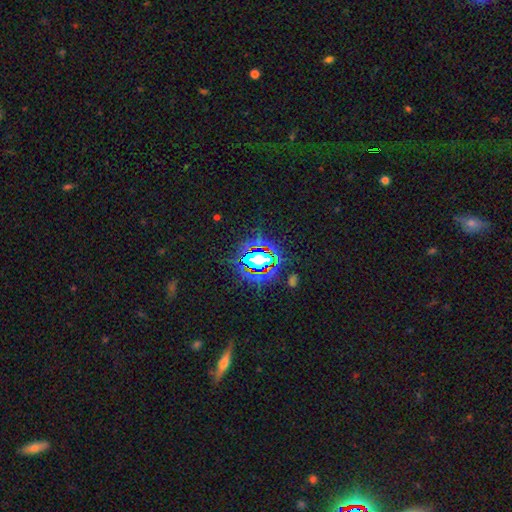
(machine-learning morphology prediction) Smooth or featured: star or artifact — 77% (smooth — 13%)